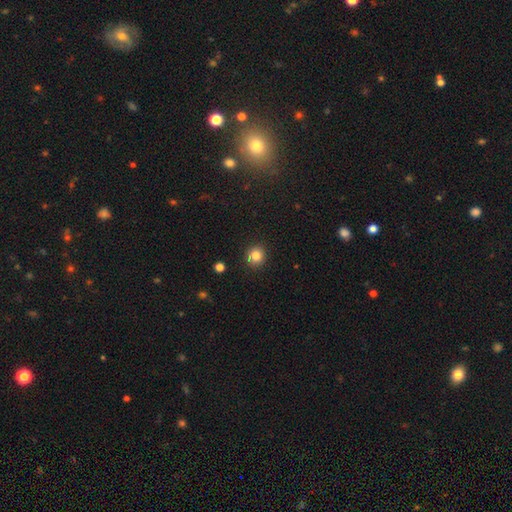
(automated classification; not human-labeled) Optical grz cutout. It shows a smooth galaxy with no disk features (83%) that is round (88%). Merging: none (87%).